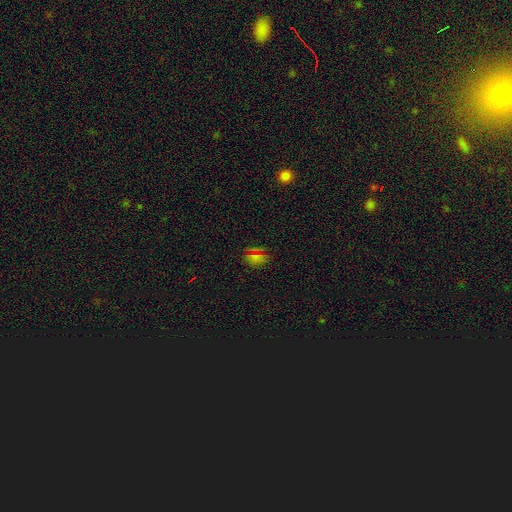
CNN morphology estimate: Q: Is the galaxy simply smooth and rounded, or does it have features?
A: smooth — 61%.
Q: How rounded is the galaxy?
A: round — 49%.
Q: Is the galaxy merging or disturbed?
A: none — 82%.